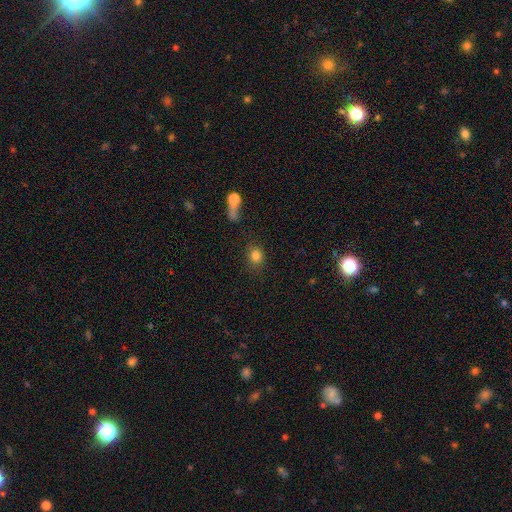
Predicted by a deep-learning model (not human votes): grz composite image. It shows a smooth galaxy with no disk features (82%) that is round (69%). Merging: none (76%).